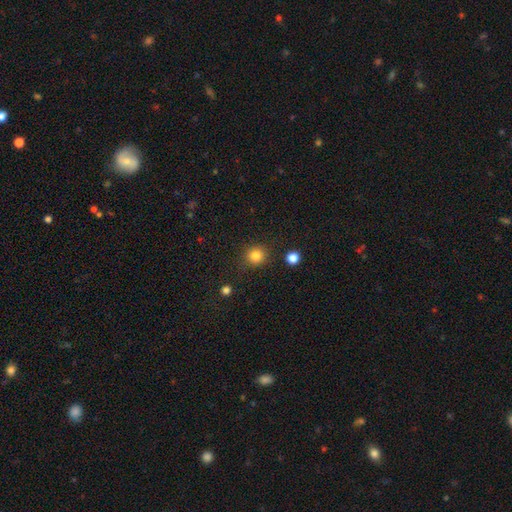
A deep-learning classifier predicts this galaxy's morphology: A smooth galaxy with no disk features (84%) that is round (91%). Merging: none (86%).